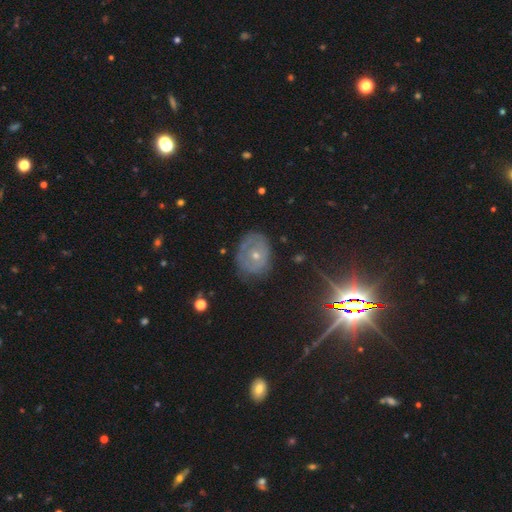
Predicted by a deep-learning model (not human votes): The model was most divided on "spiral arms": no: 51%, yes: 49%. More confident: edge-on disk — no (94%); bar — no (86%); merging — none (71%); bulge size — small (62%); smooth or featured — featured or disk (57%).